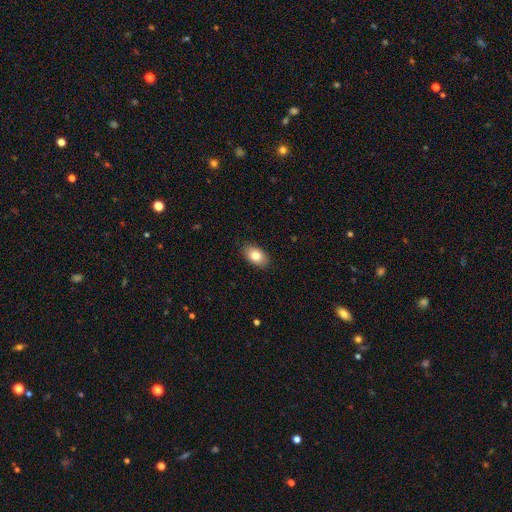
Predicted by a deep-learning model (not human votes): smooth_or_featured: smooth (p=0.82) [alt: featured or disk p=0.11]
how_rounded: in between (p=0.91) [alt: round p=0.07]
merging: none (p=0.89) [alt: minor disturbance p=0.08]